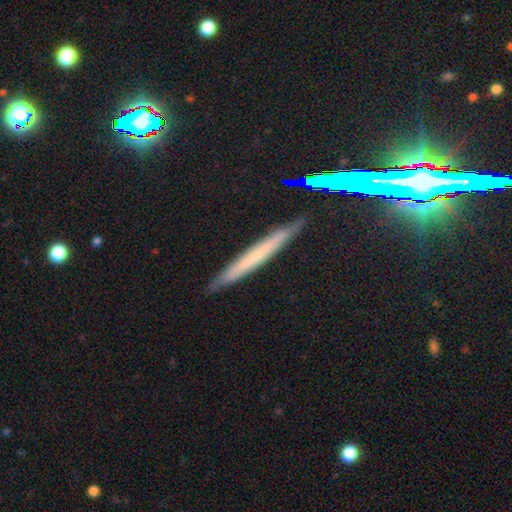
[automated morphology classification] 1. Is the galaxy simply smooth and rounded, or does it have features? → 43% smooth, 41% featured or disk, 16% star or artifact.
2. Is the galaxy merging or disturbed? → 87% none, 9% minor disturbance, 2% major disturbance, 2% merger.